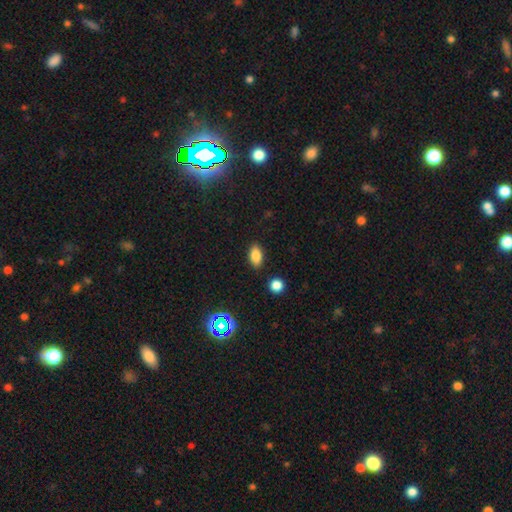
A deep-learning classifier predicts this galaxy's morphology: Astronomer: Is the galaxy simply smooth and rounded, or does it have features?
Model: smooth — 81%.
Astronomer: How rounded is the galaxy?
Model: in between — 88%.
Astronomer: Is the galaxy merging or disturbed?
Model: none — 87%.